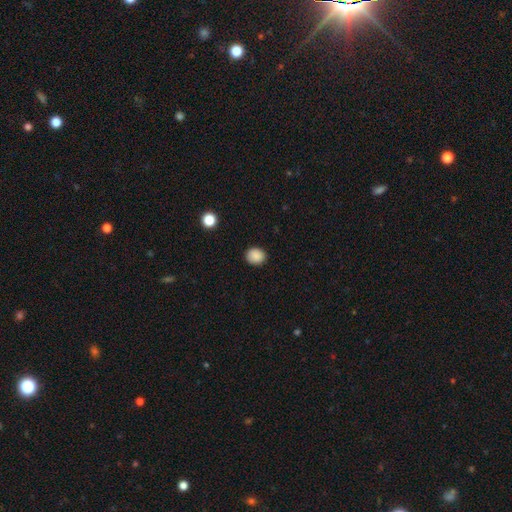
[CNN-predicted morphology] The model was most divided on "how rounded": round: 70%, in between: 29%, cigar-shaped: 1%. More confident: merging — none (89%); smooth or featured — smooth (88%).